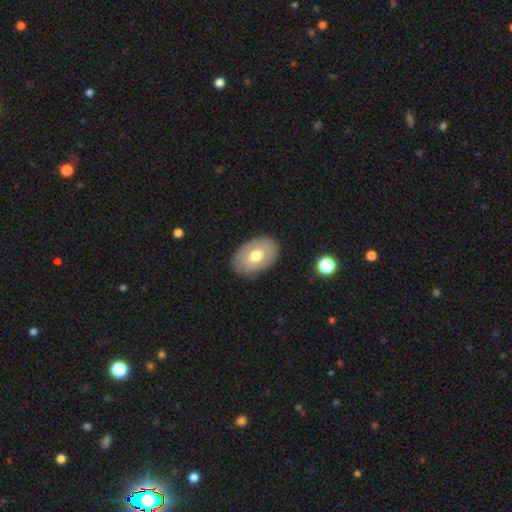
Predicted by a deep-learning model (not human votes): smooth_or_featured: smooth (p=0.63) [alt: featured or disk p=0.31]
how_rounded: in between (p=0.85) [alt: round p=0.14]
merging: none (p=0.86) [alt: minor disturbance p=0.10]